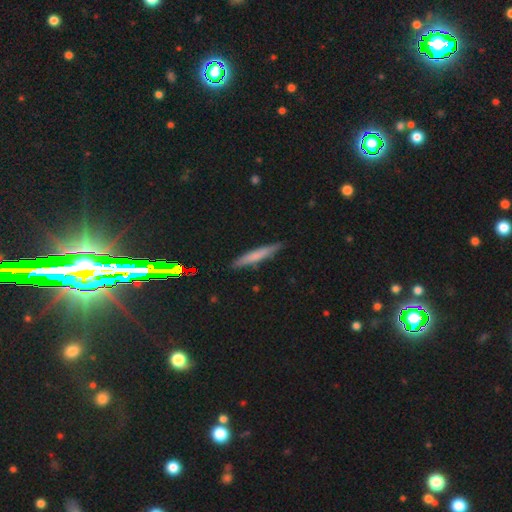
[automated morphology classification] smooth_or_featured: smooth (p=0.64) [alt: featured or disk p=0.27]
how_rounded: cigar-shaped (p=0.93) [alt: in between p=0.06]
merging: none (p=0.88) [alt: minor disturbance p=0.09]